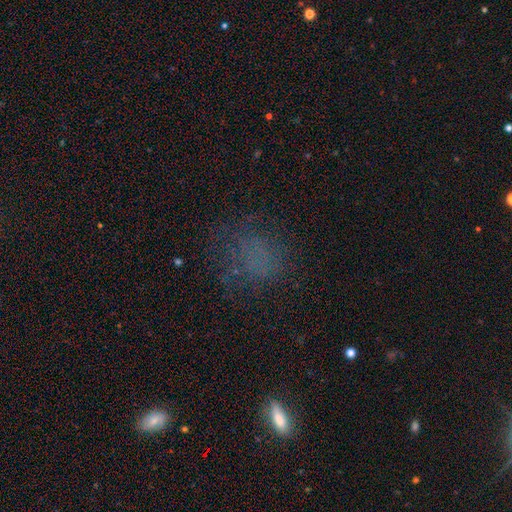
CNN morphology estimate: Smooth or featured?
  - smooth: 52% *
  - star or artifact: 29%
  - featured or disk: 18%
How rounded?
  - round: 64% *
  - in between: 33%
  - cigar-shaped: 2%
Merging?
  - none: 64% *
  - minor disturbance: 18%
  - major disturbance: 16%
  - merger: 2%